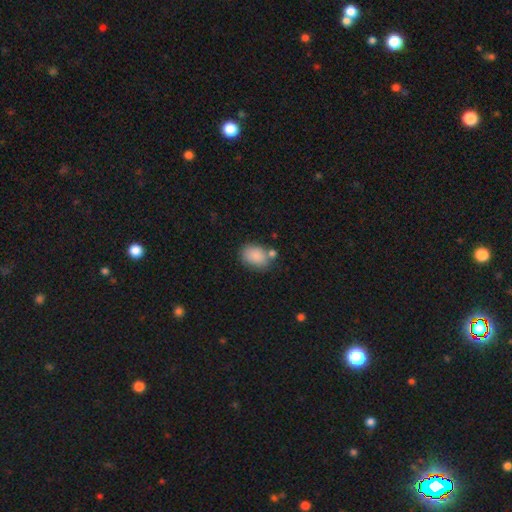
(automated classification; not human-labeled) This appears to be a smooth galaxy with no disk features (86%) that is in between round and cigar-shaped (77%). Merging: none (62%).